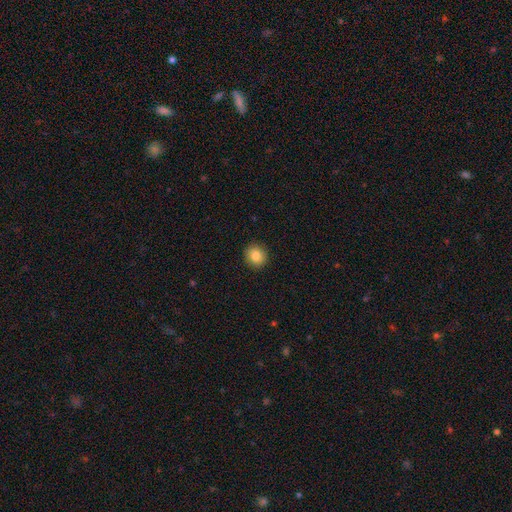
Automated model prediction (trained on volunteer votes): smooth-or-featured: smooth: 85% | star or artifact: 9% | featured or disk: 6%
  how-rounded: round: 91% | in between: 8% | cigar-shaped: 1%
  merging: none: 92% | minor disturbance: 5% | major disturbance: 2% | merger: 1%